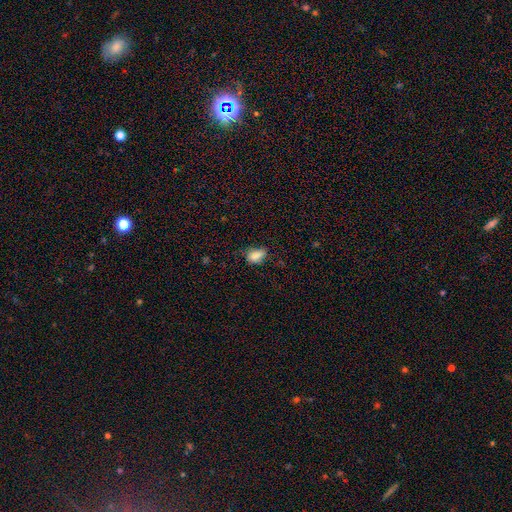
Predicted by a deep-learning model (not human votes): Smooth or featured: smooth — 85% (star or artifact — 9%)
How rounded: in between — 86% (round — 11%)
Merging: none — 56% (minor disturbance — 33%)